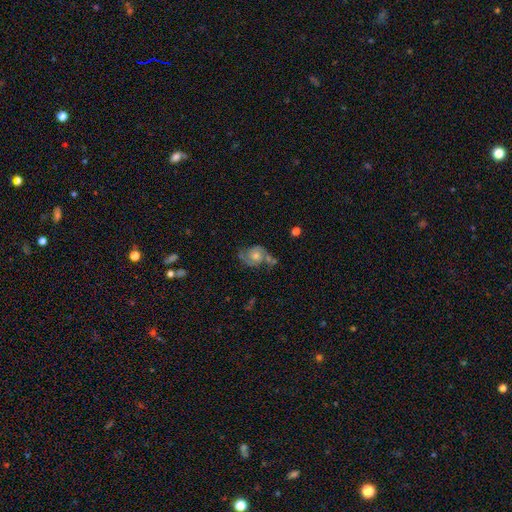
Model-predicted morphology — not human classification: A featured or disk galaxy (73%) with no bar (74%), 2 (86%) medium (49%) spiral arms (91%) and a moderate central bulge (57%).

Vote fractions:
- Smooth or featured? featured or disk: 73% / smooth: 18% / star or artifact: 10%
- Edge-on disk? no: 97% / yes: 3%
- Bar? no: 74% / weak: 23% / strong: 4%
- Spiral arms? yes: 91% / no: 9%
- Spiral winding? medium: 49% / loose: 27% / tight: 24%
- Spiral arm count? 2: 86% / can't tell: 6% / 1: 3% / 3: 2% / 4: 1% / more than 4: 1%
- Bulge size? moderate: 57% / small: 26% / large: 11% / none: 4% / dominant: 2%
- Merging? none: 56% / minor disturbance: 21% / major disturbance: 13% / merger: 10%